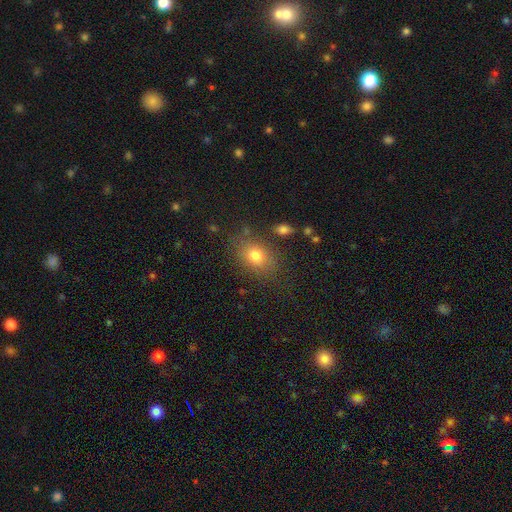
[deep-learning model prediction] This appears to be a smooth galaxy with no disk features (77%) that is in between round and cigar-shaped (66%). Merging: none (77%).